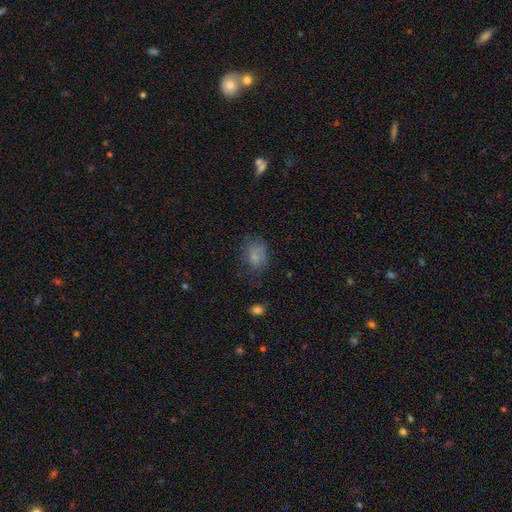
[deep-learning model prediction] Smooth or featured: smooth — 71% (featured or disk — 16%)
How rounded: in between — 64% (round — 34%)
Merging: none — 53% (minor disturbance — 27%)